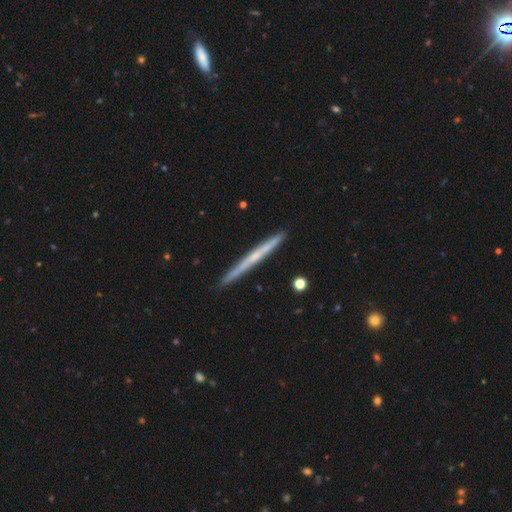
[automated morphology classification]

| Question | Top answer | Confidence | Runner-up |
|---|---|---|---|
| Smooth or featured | featured or disk | 62% | smooth (33%) |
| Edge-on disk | yes | 98% | no (2%) |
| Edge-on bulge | none | 66% | rounded (30%) |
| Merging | none | 91% | minor disturbance (7%) |